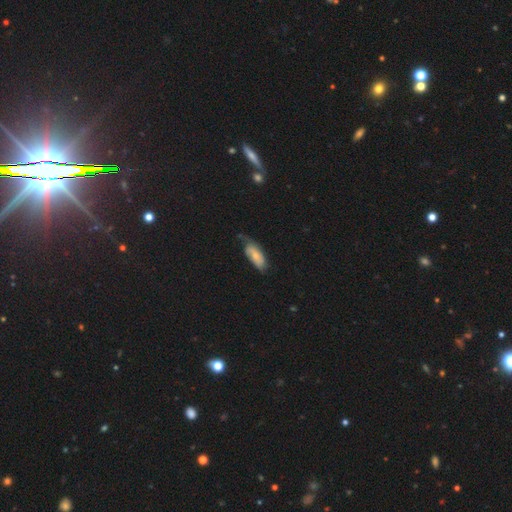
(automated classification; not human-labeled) smooth-or-featured: smooth: 59% | featured or disk: 34% | star or artifact: 7%
  how-rounded: in between: 81% | cigar-shaped: 17% | round: 2%
  merging: none: 47% | minor disturbance: 38% | major disturbance: 12% | merger: 3%